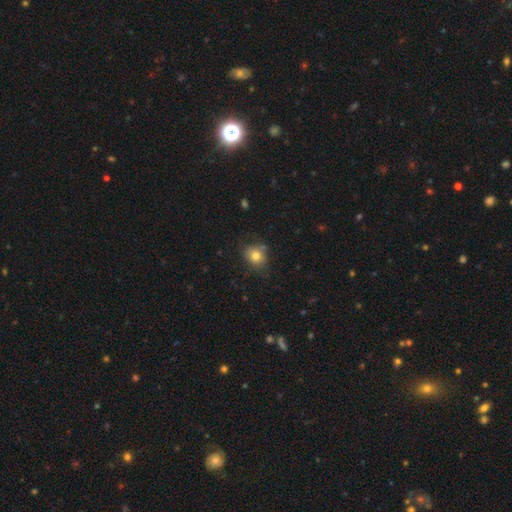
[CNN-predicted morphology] smooth-or-featured: smooth: 79% | star or artifact: 11% | featured or disk: 10%
  how-rounded: round: 73% | in between: 26% | cigar-shaped: 1%
  merging: none: 72% | minor disturbance: 19% | major disturbance: 5% | merger: 4%